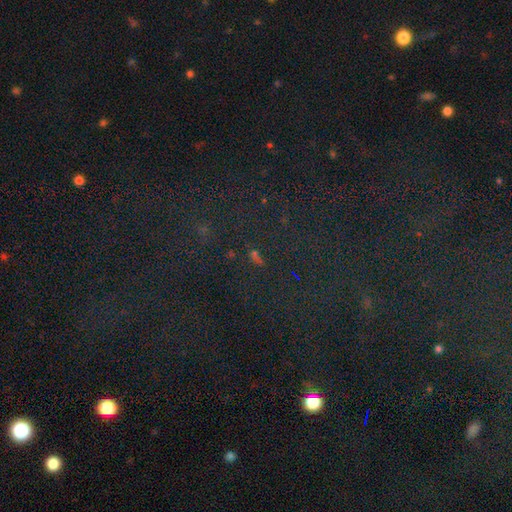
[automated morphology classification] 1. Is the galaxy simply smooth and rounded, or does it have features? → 65% star or artifact, 23% smooth, 12% featured or disk.